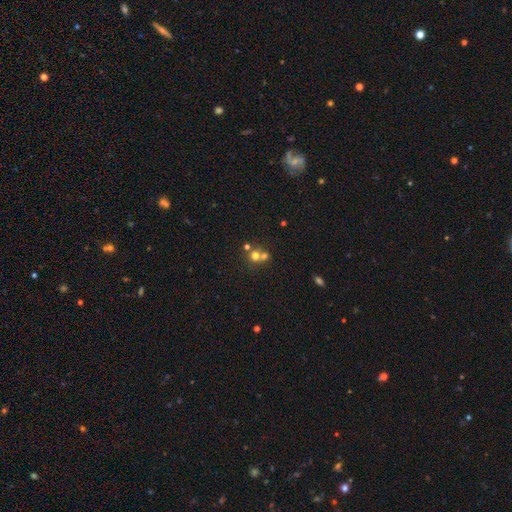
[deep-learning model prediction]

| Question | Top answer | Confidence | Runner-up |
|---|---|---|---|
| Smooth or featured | smooth | 64% | star or artifact (19%) |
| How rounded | round | 85% | in between (14%) |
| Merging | merger | 46% | none (45%) |